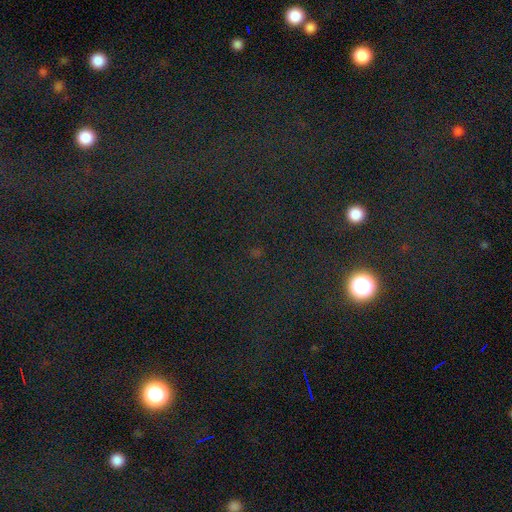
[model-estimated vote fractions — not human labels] Overall: star or artifact (73%).